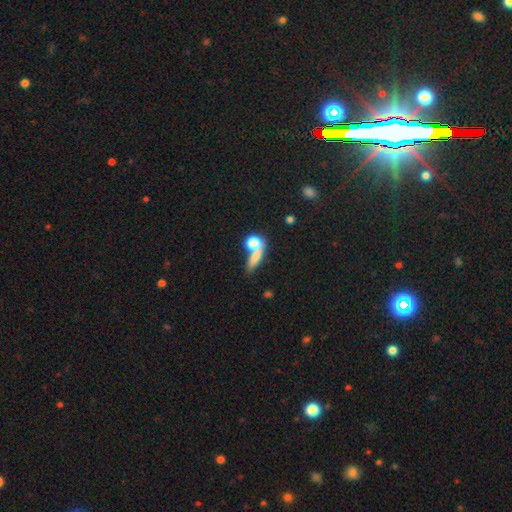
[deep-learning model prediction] The model was most divided on "merging": merger: 41%, none: 38%, minor disturbance: 11%, major disturbance: 10%. Remaining: smooth or featured — smooth (73%); how rounded — in between (46%).